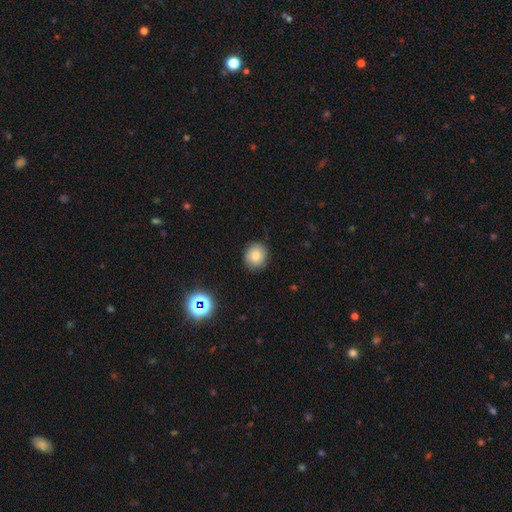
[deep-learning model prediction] Smooth or featured?
  - smooth: 81% *
  - star or artifact: 11%
  - featured or disk: 8%
How rounded?
  - round: 84% *
  - in between: 15%
  - cigar-shaped: 1%
Merging?
  - none: 86% *
  - minor disturbance: 10%
  - major disturbance: 2%
  - merger: 1%